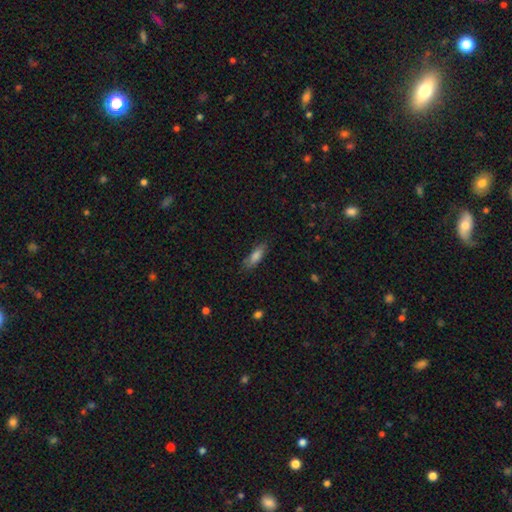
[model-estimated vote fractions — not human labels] smooth-or-featured: smooth: 78% | featured or disk: 14% | star or artifact: 8%
  how-rounded: in between: 58% | cigar-shaped: 40% | round: 2%
  merging: none: 77% | minor disturbance: 17% | major disturbance: 4% | merger: 1%